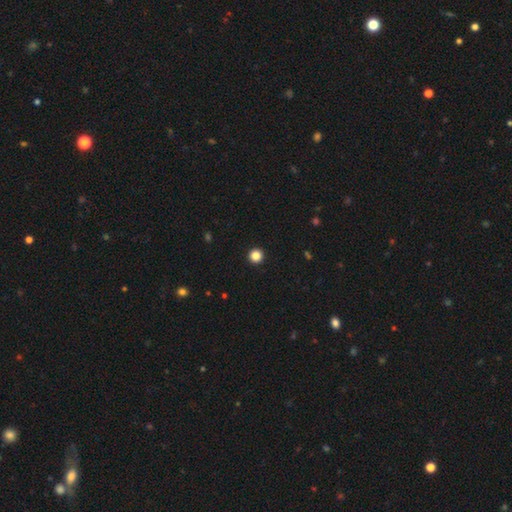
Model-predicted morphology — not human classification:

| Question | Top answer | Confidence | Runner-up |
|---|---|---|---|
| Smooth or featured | smooth | 86% | star or artifact (11%) |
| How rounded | round | 96% | in between (3%) |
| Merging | none | 94% | minor disturbance (3%) |